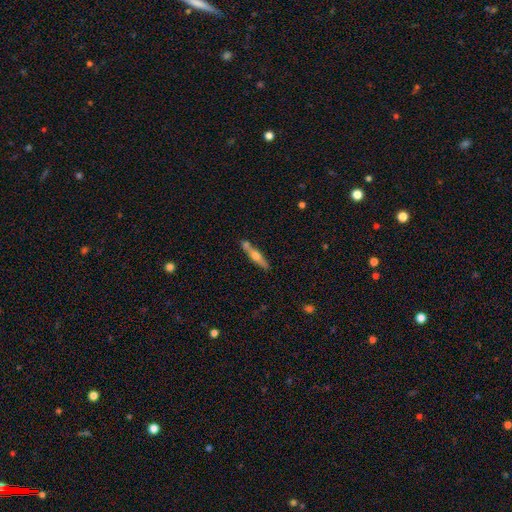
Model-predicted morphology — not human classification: featured or disk 56%, smooth 39%, star or artifact 6%. Down the decision tree: edge-on disk — yes (94%); edge-on bulge — rounded (90%); merging — none (71%).